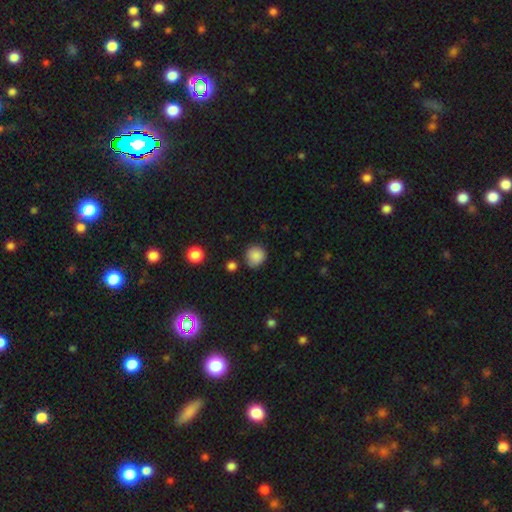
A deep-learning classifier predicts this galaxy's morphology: This appears to be a smooth galaxy with no disk features (87%) that is round (89%). Merging: none (79%).